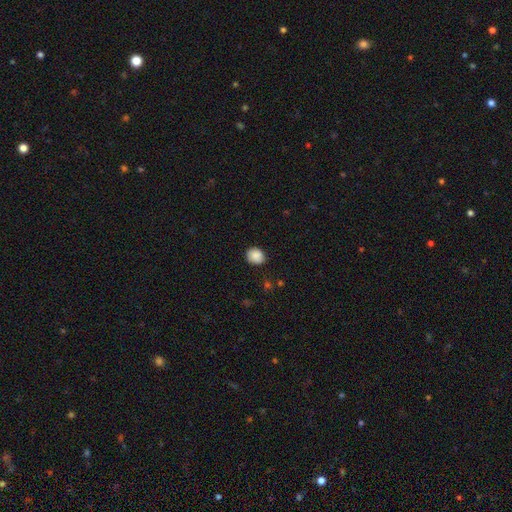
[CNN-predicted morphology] Q: Smooth or featured?
A: smooth (87%); runner-up: star or artifact (8%)
Q: How rounded?
A: round (62%); runner-up: in between (38%)
Q: Merging?
A: none (83%); runner-up: minor disturbance (13%)